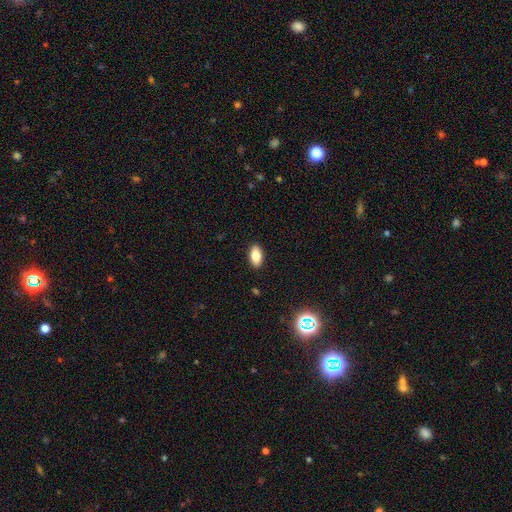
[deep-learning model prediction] The model was most divided on "smooth or featured": smooth: 82%, featured or disk: 10%, star or artifact: 8%. More confident: how rounded — in between (91%); merging — none (89%).